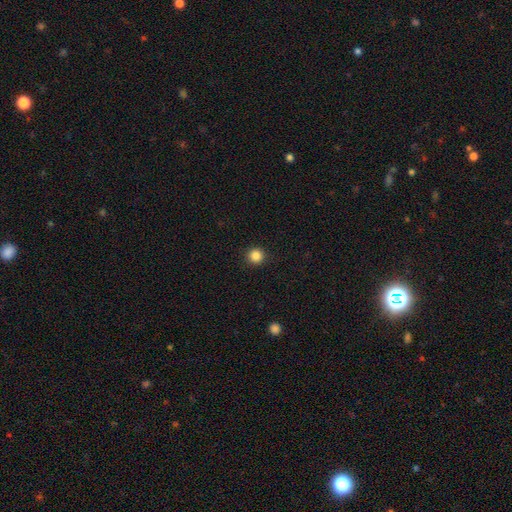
This appears to be a smooth galaxy with no disk features (87%) that is round (97%). Merging: none (97%).